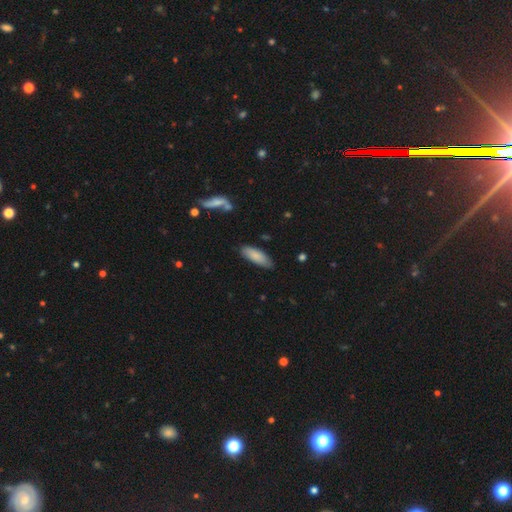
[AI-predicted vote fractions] Smooth or featured? smooth (83%)
How rounded? in between (61%)
Merging? none (79%)